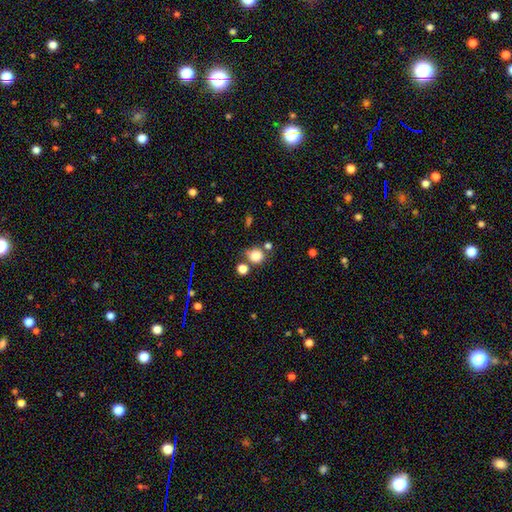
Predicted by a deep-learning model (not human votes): This is clearly a smooth galaxy (81%). How rounded: clearly round (84%). Merging: likely none (65%).